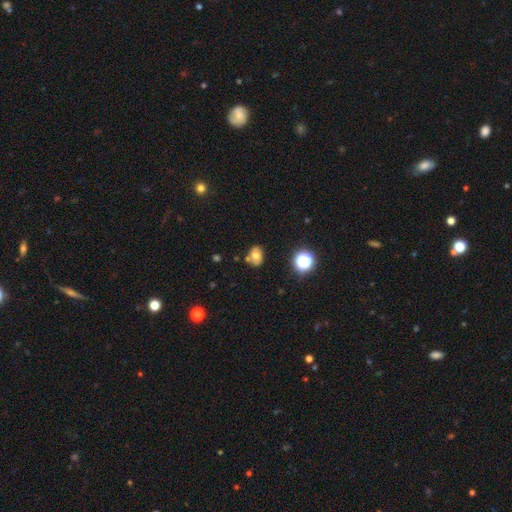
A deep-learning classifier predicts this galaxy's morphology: smooth_or_featured: smooth (p=0.66) [alt: featured or disk p=0.20]
how_rounded: in between (p=0.63) [alt: round p=0.36]
merging: none (p=0.68) [alt: minor disturbance p=0.16]